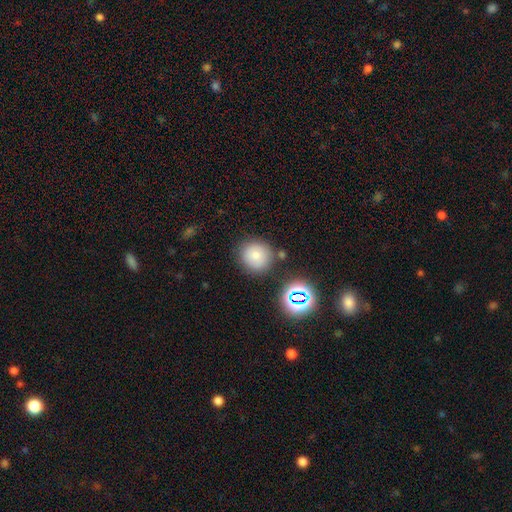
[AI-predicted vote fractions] This is likely a smooth galaxy (76%). How rounded: clearly round (91%). Merging: likely none (79%).